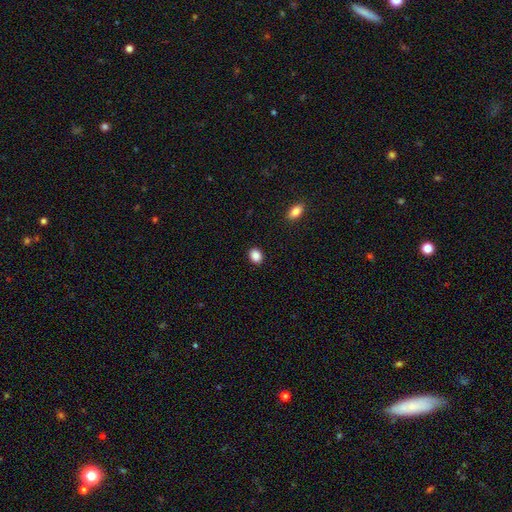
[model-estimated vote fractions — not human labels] Smooth or featured? Predicted: smooth (p=0.88). How rounded? Predicted: in between (p=0.51). Merging? Predicted: none (p=0.91).